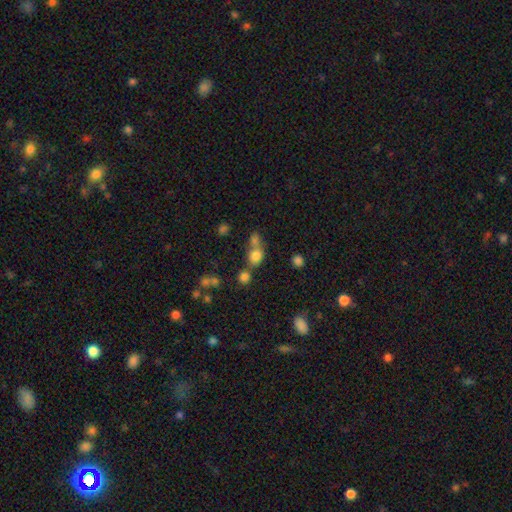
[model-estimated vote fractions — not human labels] The model was most divided on "merging": merger: 44%, none: 42%, minor disturbance: 9%, major disturbance: 5%. More confident: smooth or featured — smooth (74%); how rounded — round (68%).